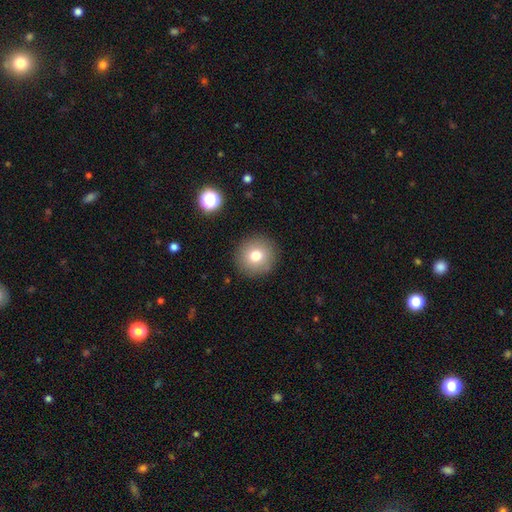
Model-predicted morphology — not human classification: This is likely a smooth galaxy (77%). How rounded: clearly round (93%). Merging: clearly none (90%).